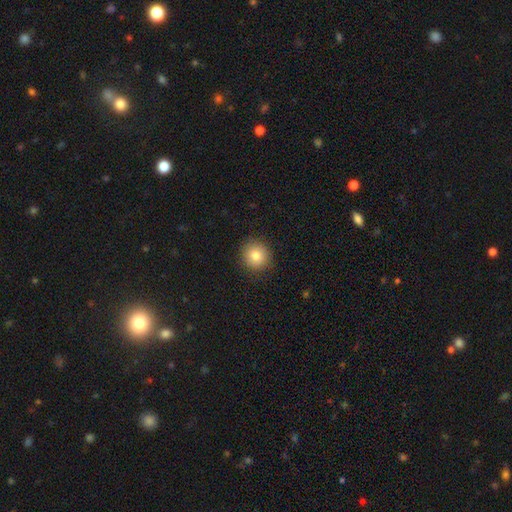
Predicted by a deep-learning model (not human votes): A smooth galaxy with no disk features (80%) that is round (92%).

Vote fractions:
- Smooth or featured? smooth: 80% / star or artifact: 11% / featured or disk: 9%
- How rounded? round: 92% / in between: 7% / cigar-shaped: 1%
- Merging? none: 90% / minor disturbance: 7% / major disturbance: 2% / merger: 1%